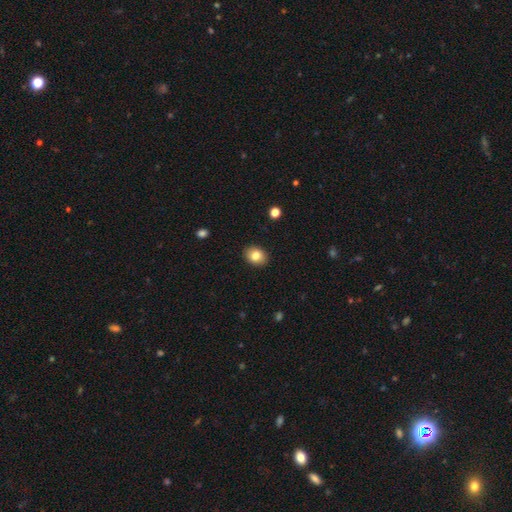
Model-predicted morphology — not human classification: A smooth galaxy with no disk features (82%) that is in between round and cigar-shaped (60%).

Vote fractions:
- Smooth or featured? smooth: 82% / featured or disk: 9% / star or artifact: 9%
- How rounded? in between: 60% / round: 40% / cigar-shaped: 1%
- Merging? none: 90% / minor disturbance: 8% / major disturbance: 2% / merger: 1%